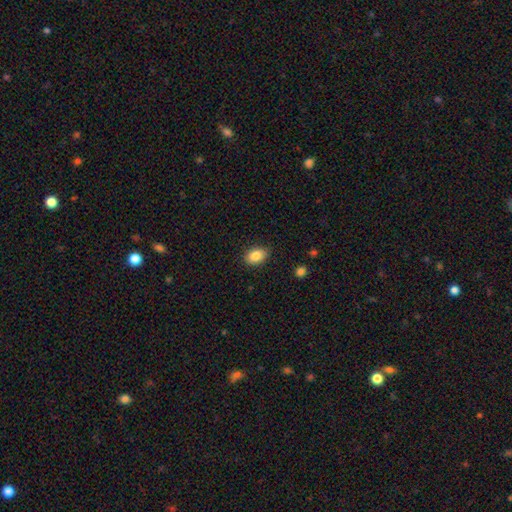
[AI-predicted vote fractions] Morphology: type=smooth (86%); roundness=in between (81%); merging=none (86%).